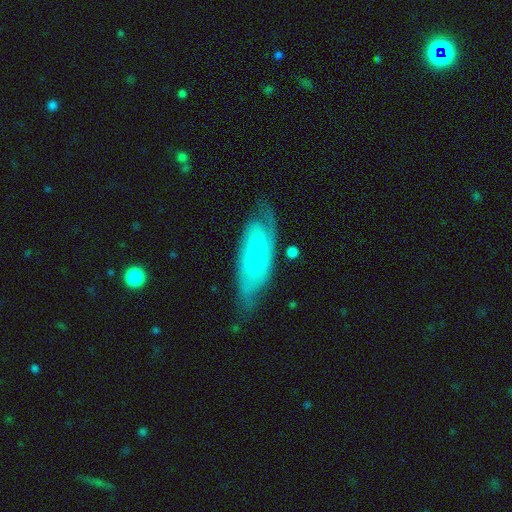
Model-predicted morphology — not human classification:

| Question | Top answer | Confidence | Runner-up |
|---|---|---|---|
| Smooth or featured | featured or disk | 69% | smooth (25%) |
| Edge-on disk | no | 86% | yes (14%) |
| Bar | no | 51% | weak (39%) |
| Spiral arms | yes | 90% | no (10%) |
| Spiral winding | tight | 46% | medium (40%) |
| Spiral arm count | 2 | 57% | can't tell (28%) |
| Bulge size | small | 71% | moderate (14%) |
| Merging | none | 70% | minor disturbance (21%) |